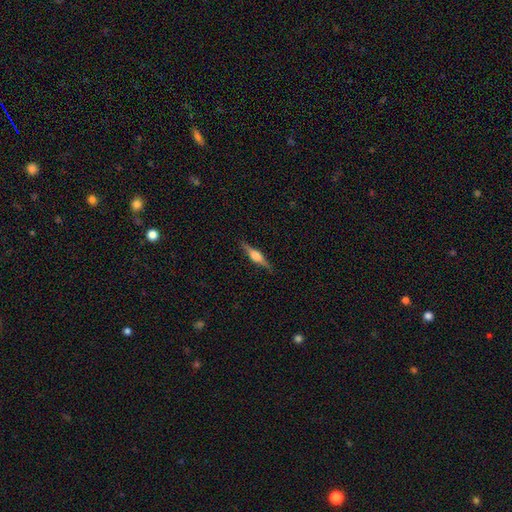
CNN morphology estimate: Q: Smooth or featured?
A: featured or disk (73%); runner-up: smooth (21%)
Q: Edge-on disk?
A: yes (97%); runner-up: no (3%)
Q: Edge-on bulge?
A: rounded (86%); runner-up: boxy (11%)
Q: Merging?
A: none (87%); runner-up: minor disturbance (10%)